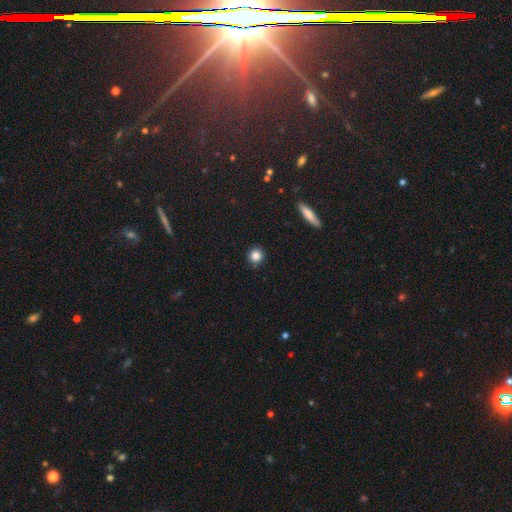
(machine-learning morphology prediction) Overall: smooth (84%). How rounded: round (91%). Merging: none (90%).